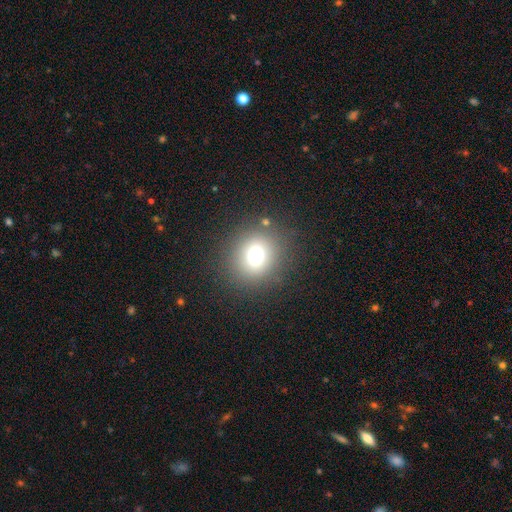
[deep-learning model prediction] Morphology: type=smooth (73%); roundness=round (83%); merging=none (85%).